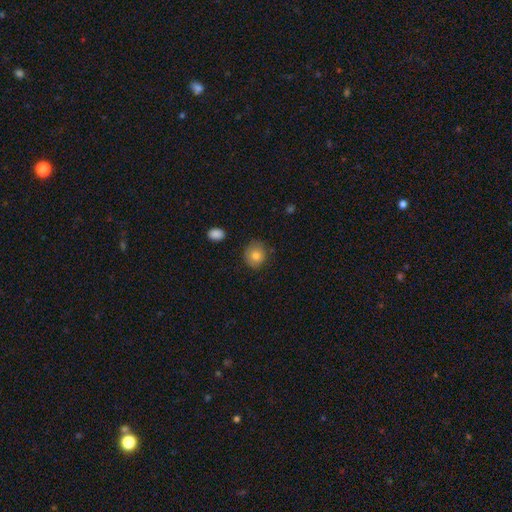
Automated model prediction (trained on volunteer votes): Morphology: type=smooth (81%); roundness=round (82%); merging=none (80%).